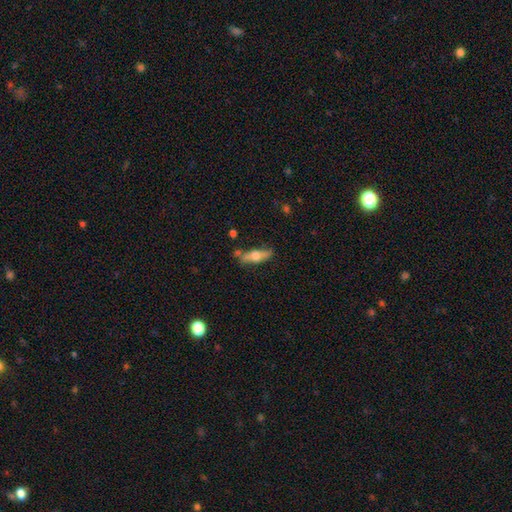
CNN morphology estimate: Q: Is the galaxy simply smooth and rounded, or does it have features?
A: featured or disk — 47%, tied with smooth.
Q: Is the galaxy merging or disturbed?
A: none — 70%.